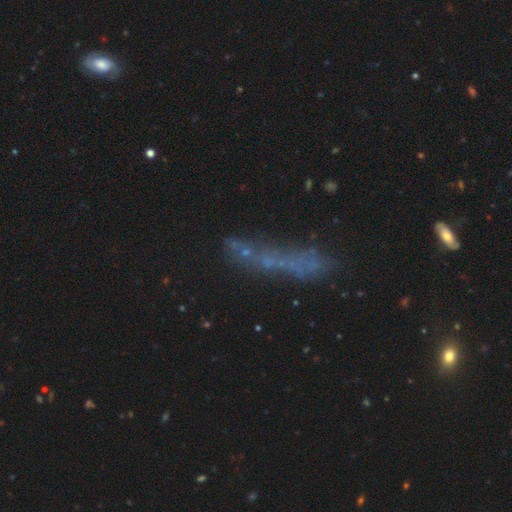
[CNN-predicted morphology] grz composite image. It shows a featured or disk galaxy (36%). Merging: none (51%).